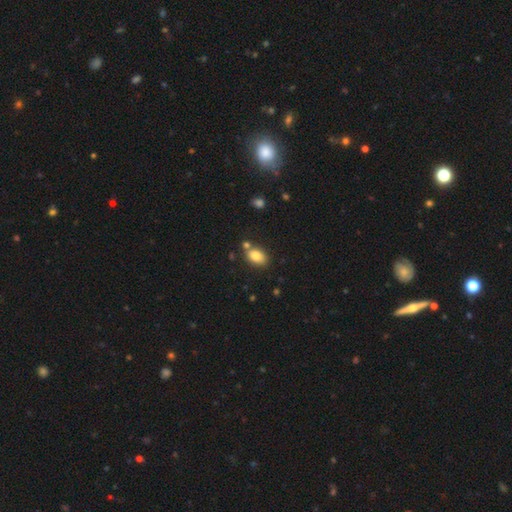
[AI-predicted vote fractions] This is clearly a smooth galaxy (83%). How rounded: clearly in between (84%). Merging: likely none (69%).